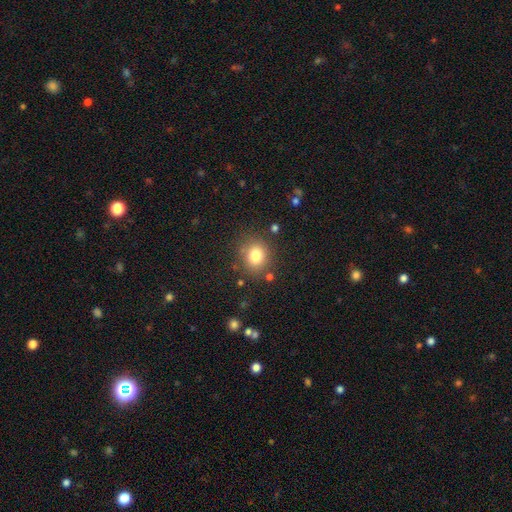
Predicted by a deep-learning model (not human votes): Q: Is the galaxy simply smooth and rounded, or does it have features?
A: smooth — 79%.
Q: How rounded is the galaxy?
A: round — 77%.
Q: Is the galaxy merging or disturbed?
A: none — 82%.